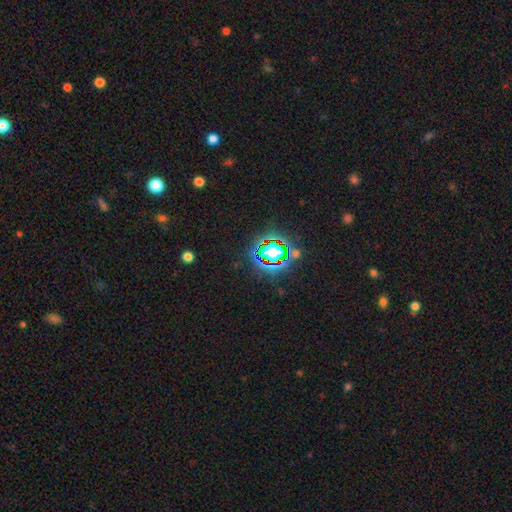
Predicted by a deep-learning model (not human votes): Smooth or featured? star or artifact (78%)